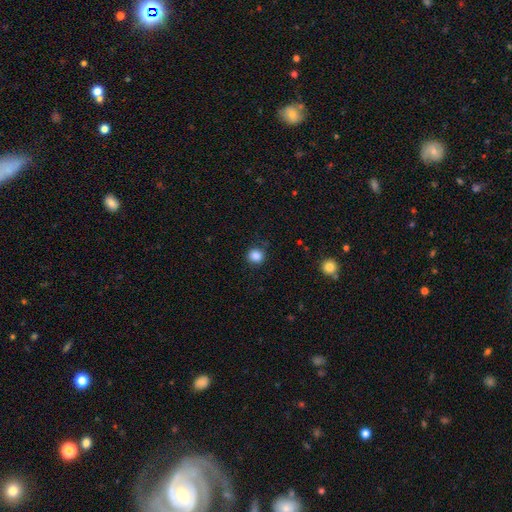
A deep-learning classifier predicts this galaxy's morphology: A smooth galaxy with no disk features (86%) that is round (88%). Merging: none (84%).